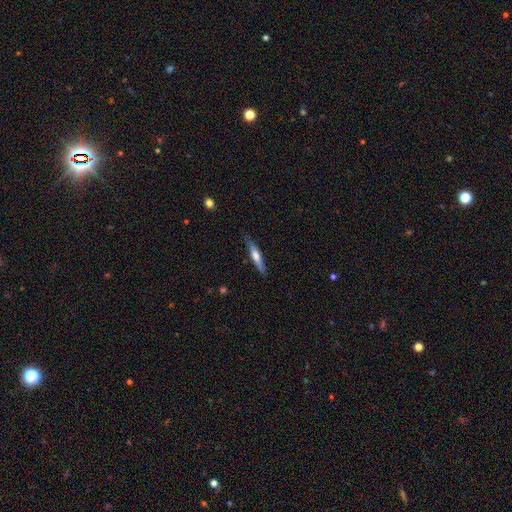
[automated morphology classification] A smooth galaxy with no disk features (50%) that is cigar-shaped (88%). Merging: none (84%).